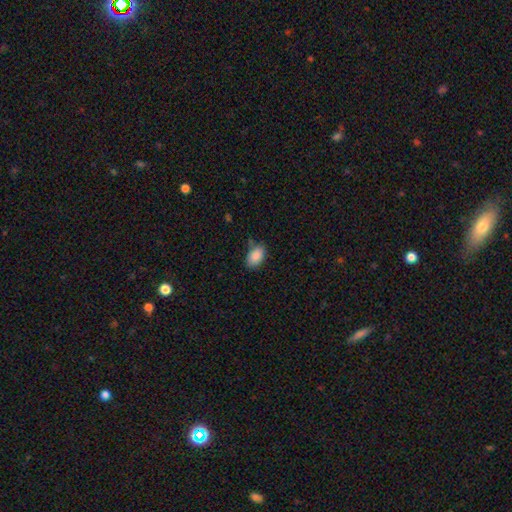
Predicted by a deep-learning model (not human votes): A smooth galaxy with no disk features (89%) that is in between round and cigar-shaped (90%). Merging: none (74%).